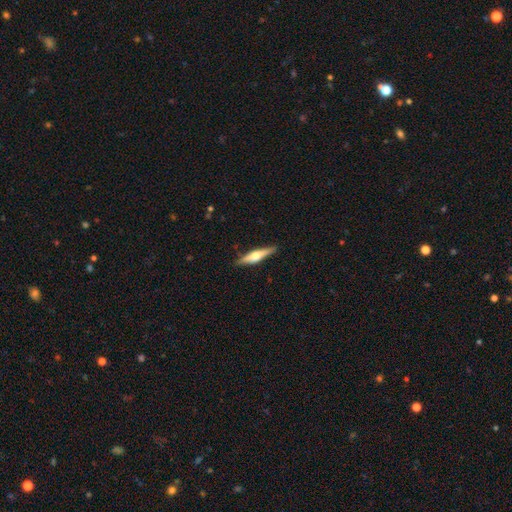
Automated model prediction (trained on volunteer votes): Smooth or featured?
  - featured or disk: 61% *
  - smooth: 33%
  - star or artifact: 5%
Edge-on disk?
  - yes: 96% *
  - no: 4%
Edge-on bulge?
  - rounded: 90% *
  - boxy: 6%
  - none: 3%
Merging?
  - none: 89% *
  - minor disturbance: 8%
  - major disturbance: 2%
  - merger: 1%